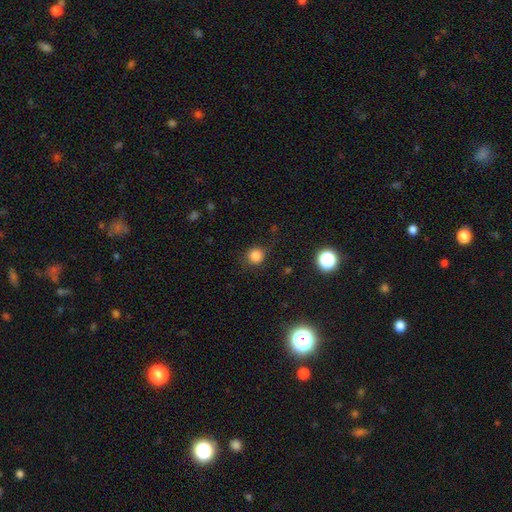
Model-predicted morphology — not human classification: A smooth galaxy with no disk features (82%) that is round (90%). Merging: none (81%).